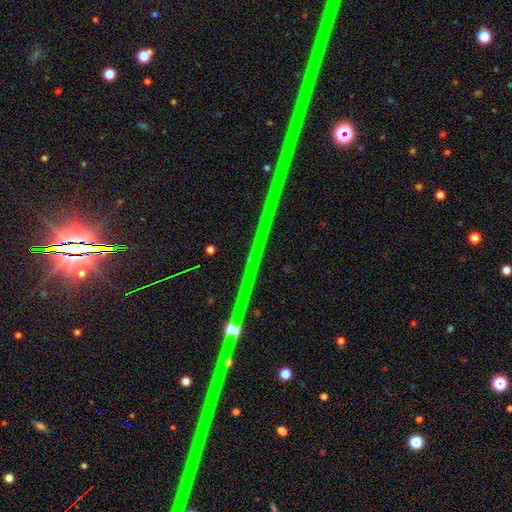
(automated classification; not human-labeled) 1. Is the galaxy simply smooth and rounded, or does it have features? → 87% star or artifact, 8% featured or disk, 5% smooth.